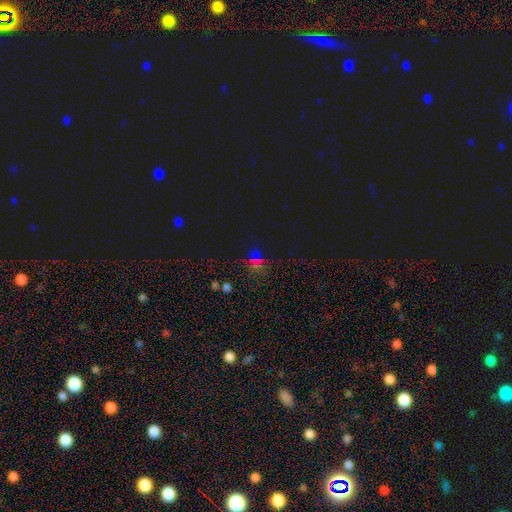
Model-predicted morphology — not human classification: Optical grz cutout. It shows a star or artifact, not a galaxy (64%).